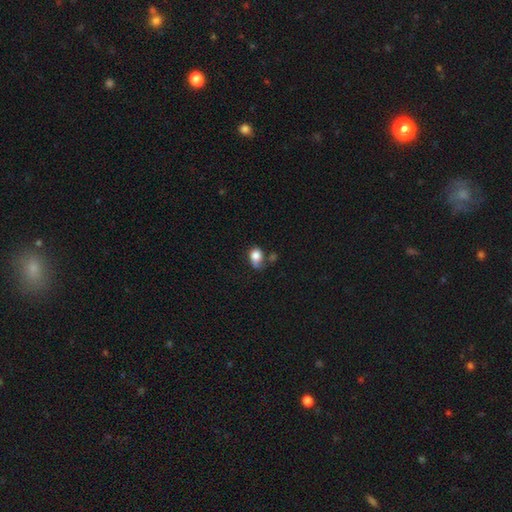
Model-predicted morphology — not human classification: smooth 80%, featured or disk 10%, star or artifact 10%. Down the decision tree: how rounded — in between (53%); merging — none (37%).